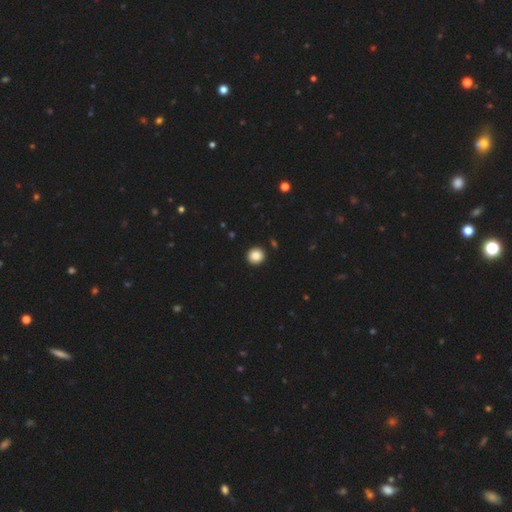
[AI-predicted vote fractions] This appears to be a smooth galaxy with no disk features (87%) that is round (94%). Merging: none (93%).